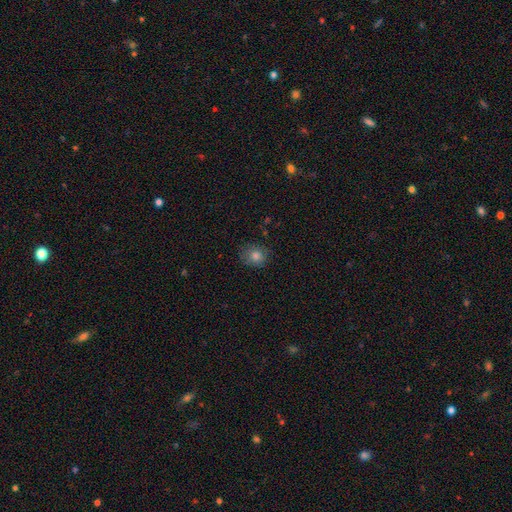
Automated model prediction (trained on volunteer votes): smooth 78%, star or artifact 12%, featured or disk 9%. Down the decision tree: how rounded — round (72%); merging — none (79%).